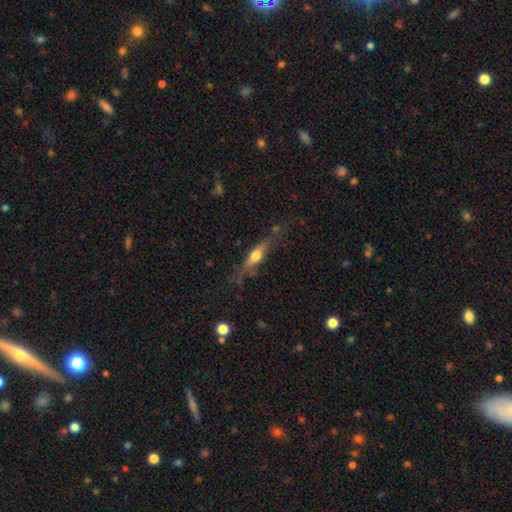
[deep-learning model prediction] smooth-or-featured: featured or disk: 49% | smooth: 44% | star or artifact: 7%
  merging: none: 65% | minor disturbance: 22% | major disturbance: 9% | merger: 3%